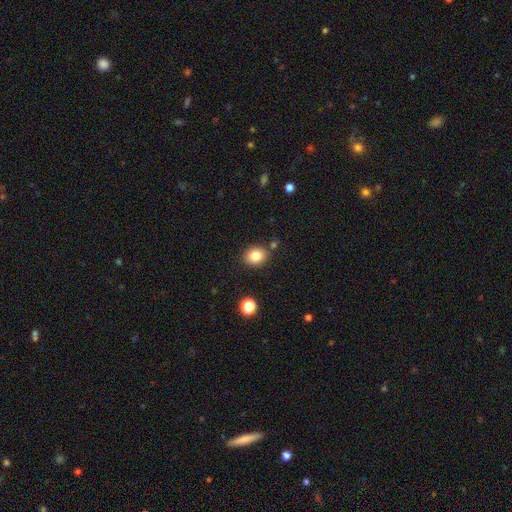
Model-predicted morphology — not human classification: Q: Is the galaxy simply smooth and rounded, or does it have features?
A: smooth — 82%.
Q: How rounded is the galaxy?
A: round — 57%.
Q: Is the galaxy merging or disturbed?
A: none — 82%.